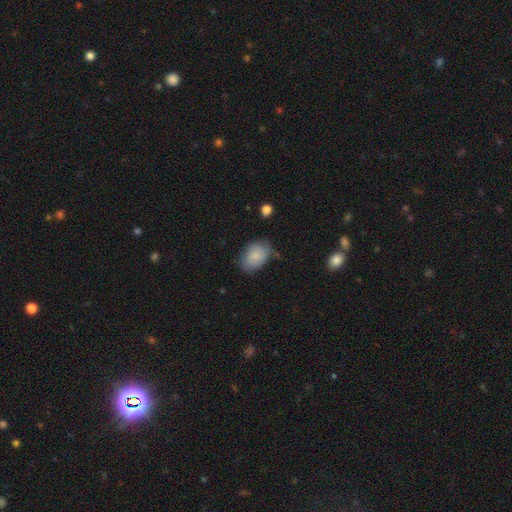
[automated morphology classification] type=smooth (82%); roundness=in between (82%); merging=none (62%).